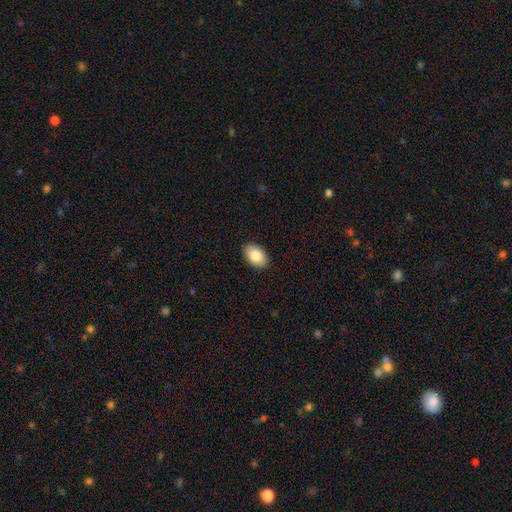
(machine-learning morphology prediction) A smooth galaxy with no disk features (86%) that is in between round and cigar-shaped (92%). Merging: none (90%).